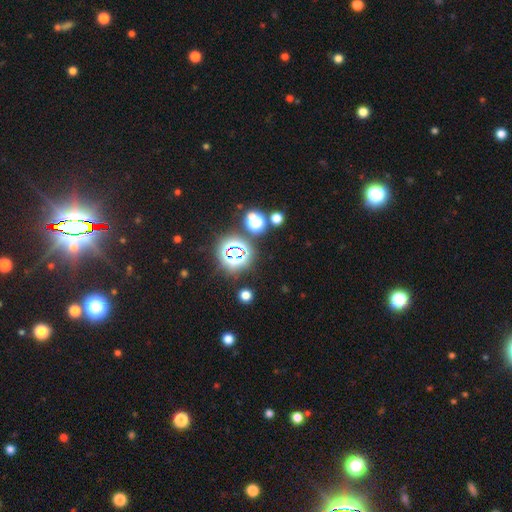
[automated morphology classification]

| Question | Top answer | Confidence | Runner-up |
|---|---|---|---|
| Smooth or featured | star or artifact | 79% | smooth (14%) |